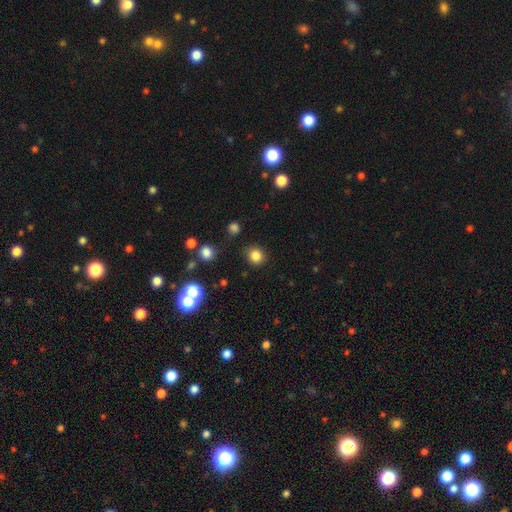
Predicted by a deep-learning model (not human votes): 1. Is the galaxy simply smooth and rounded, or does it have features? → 82% smooth, 13% star or artifact, 5% featured or disk.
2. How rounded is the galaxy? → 81% round, 18% in between, 1% cigar-shaped.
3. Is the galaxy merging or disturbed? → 86% none, 9% minor disturbance, 3% major disturbance, 2% merger.